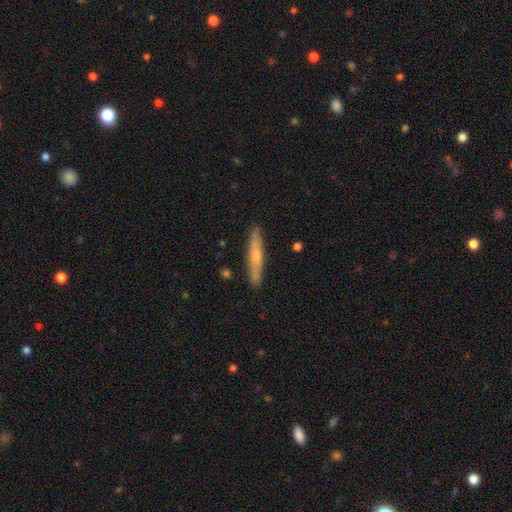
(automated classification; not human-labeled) Smooth or featured?
  - featured or disk: 48% *
  - smooth: 46%
  - star or artifact: 6%
Merging?
  - none: 89% *
  - minor disturbance: 8%
  - major disturbance: 1%
  - merger: 1%